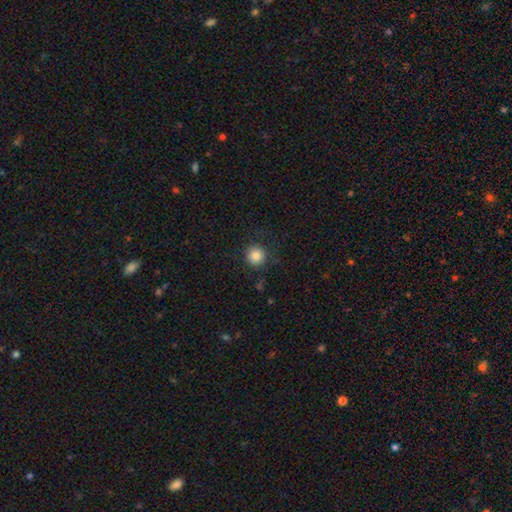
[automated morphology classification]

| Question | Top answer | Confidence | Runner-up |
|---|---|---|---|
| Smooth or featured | smooth | 86% | star or artifact (9%) |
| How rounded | round | 94% | in between (5%) |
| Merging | none | 86% | minor disturbance (9%) |